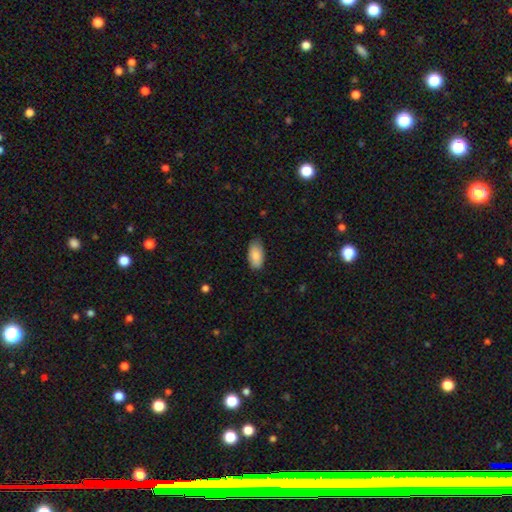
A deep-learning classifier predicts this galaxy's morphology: Smooth or featured? Predicted: smooth (p=0.87). How rounded? Predicted: in between (p=0.94). Merging? Predicted: none (p=0.77).